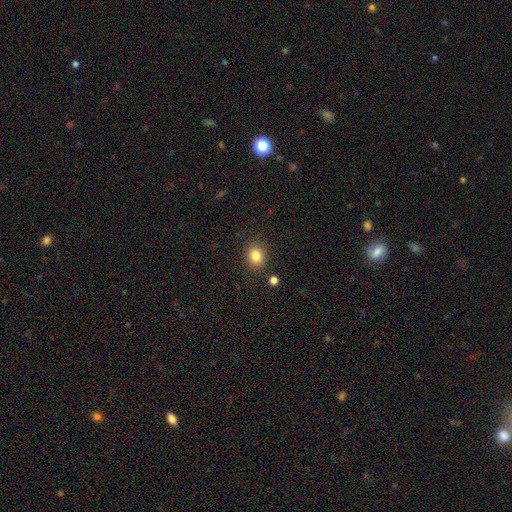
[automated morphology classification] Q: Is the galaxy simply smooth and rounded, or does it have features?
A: smooth — 83%.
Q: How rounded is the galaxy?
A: round — 61%.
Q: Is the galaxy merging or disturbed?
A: none — 86%.